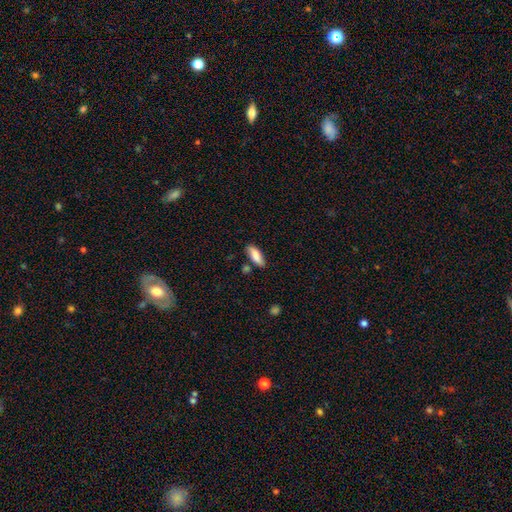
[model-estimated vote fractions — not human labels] Smooth or featured? smooth (83%)
How rounded? in between (72%)
Merging? none (72%)